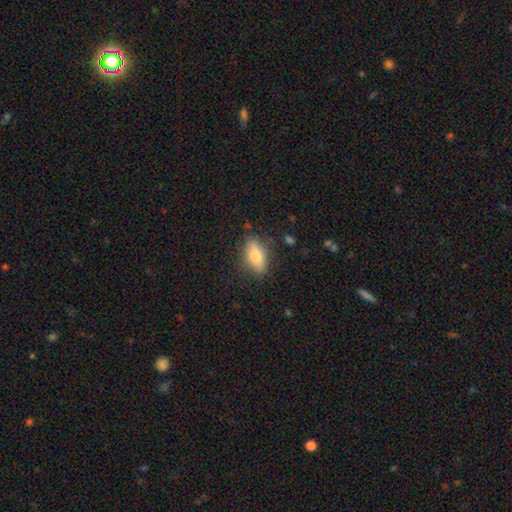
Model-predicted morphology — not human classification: Smooth or featured?
  - smooth: 74% *
  - featured or disk: 19%
  - star or artifact: 7%
How rounded?
  - in between: 78% *
  - cigar-shaped: 18%
  - round: 4%
Merging?
  - none: 80% *
  - minor disturbance: 14%
  - major disturbance: 4%
  - merger: 2%